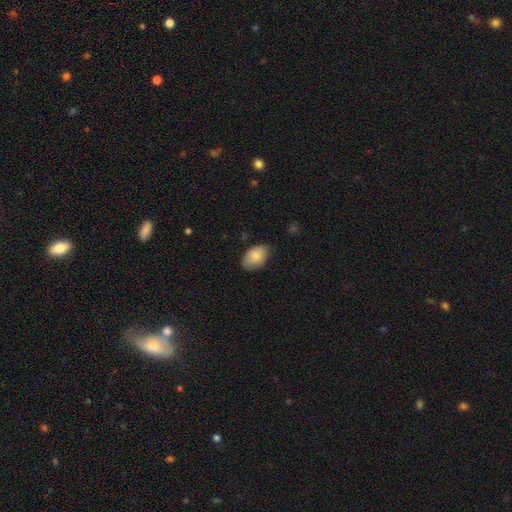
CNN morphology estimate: A smooth galaxy with no disk features (84%) that is in between round and cigar-shaped (88%).

Vote fractions:
- Smooth or featured? smooth: 84% / featured or disk: 9% / star or artifact: 7%
- How rounded? in between: 88% / round: 11% / cigar-shaped: 1%
- Merging? none: 68% / minor disturbance: 27% / major disturbance: 4% / merger: 1%